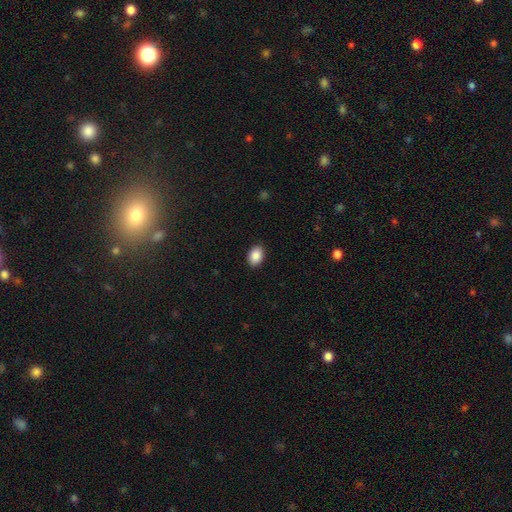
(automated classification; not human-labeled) A smooth galaxy with no disk features (89%) that is in between round and cigar-shaped (81%). Merging: none (90%).